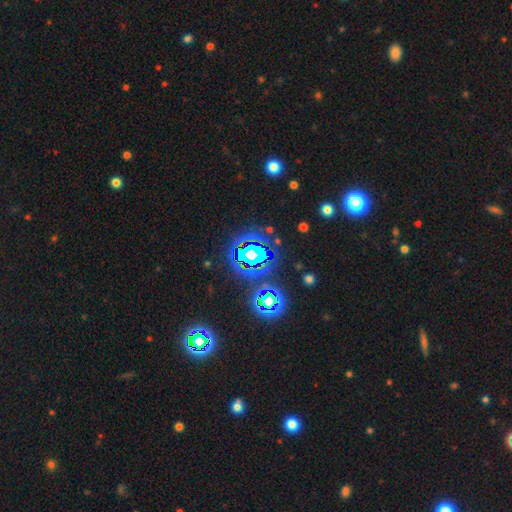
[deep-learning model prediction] Smooth or featured?
  - star or artifact: 75% *
  - smooth: 14%
  - featured or disk: 11%